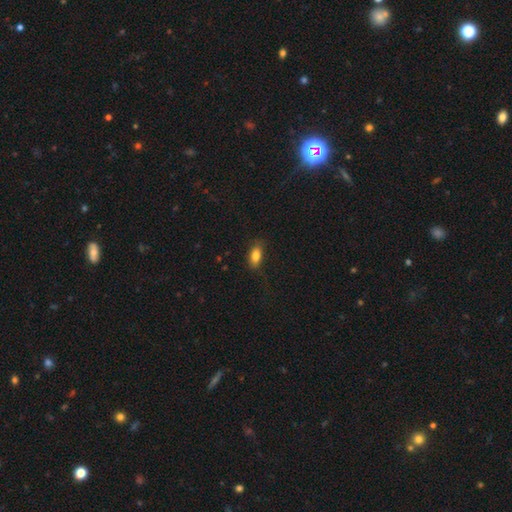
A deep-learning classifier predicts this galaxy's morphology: Smooth or featured? smooth (83%)
How rounded? in between (86%)
Merging? none (77%)